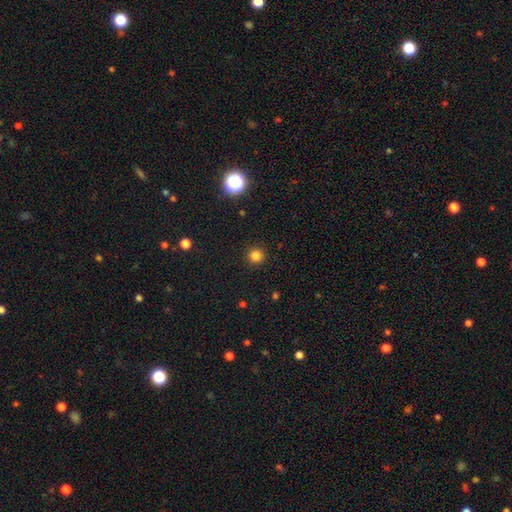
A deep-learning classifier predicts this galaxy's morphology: Overall: smooth (82%). How rounded: round (95%). Merging: none (92%).